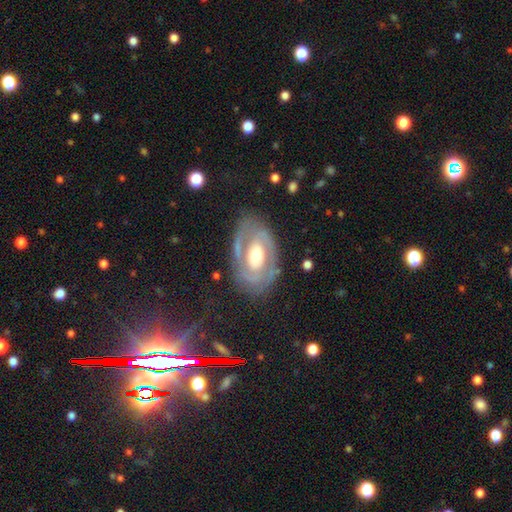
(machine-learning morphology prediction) Q: Smooth or featured?
A: featured or disk (80%); runner-up: smooth (15%)
Q: Edge-on disk?
A: no (95%); runner-up: yes (5%)
Q: Bar?
A: no (55%); runner-up: weak (30%)
Q: Spiral arms?
A: yes (75%); runner-up: no (25%)
Q: Spiral winding?
A: tight (57%); runner-up: medium (32%)
Q: Spiral arm count?
A: 2 (60%); runner-up: can't tell (23%)
Q: Bulge size?
A: moderate (65%); runner-up: large (16%)
Q: Merging?
A: none (74%); runner-up: minor disturbance (17%)